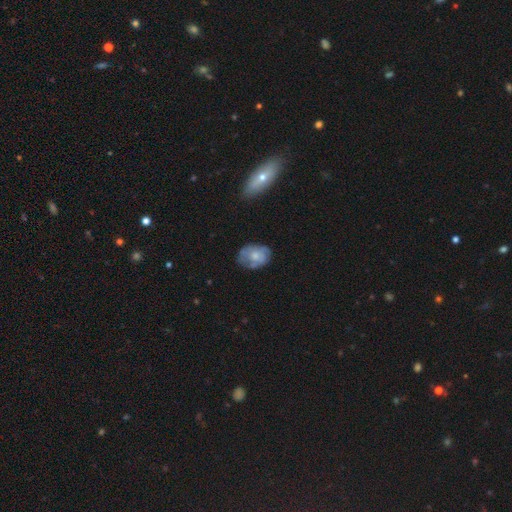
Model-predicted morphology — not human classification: A smooth galaxy with no disk features (51%) that is in between round and cigar-shaped (70%).

Vote fractions:
- Smooth or featured? smooth: 51% / featured or disk: 42% / star or artifact: 7%
- How rounded? in between: 70% / round: 29% / cigar-shaped: 1%
- Merging? none: 61% / minor disturbance: 27% / major disturbance: 9% / merger: 2%